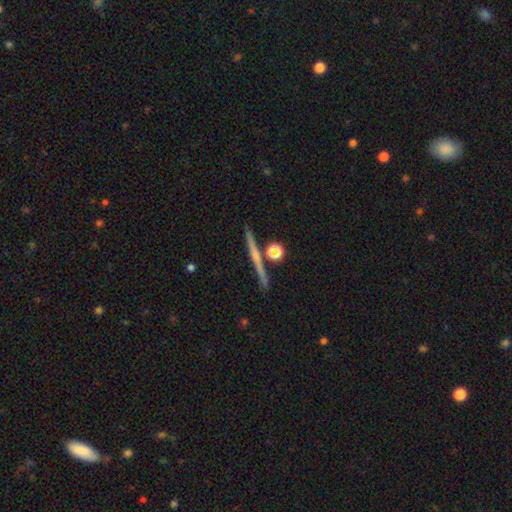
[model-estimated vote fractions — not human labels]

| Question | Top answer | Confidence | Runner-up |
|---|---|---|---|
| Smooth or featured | featured or disk | 64% | smooth (28%) |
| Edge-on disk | yes | 97% | no (3%) |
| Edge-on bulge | rounded | 54% | none (39%) |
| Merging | none | 85% | minor disturbance (7%) |